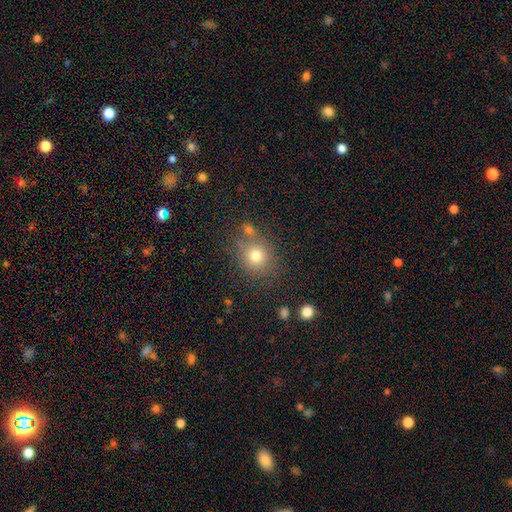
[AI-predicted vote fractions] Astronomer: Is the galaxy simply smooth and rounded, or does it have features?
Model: smooth — 75%.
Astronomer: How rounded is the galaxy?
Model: round — 82%.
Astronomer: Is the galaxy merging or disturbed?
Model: none — 67%.